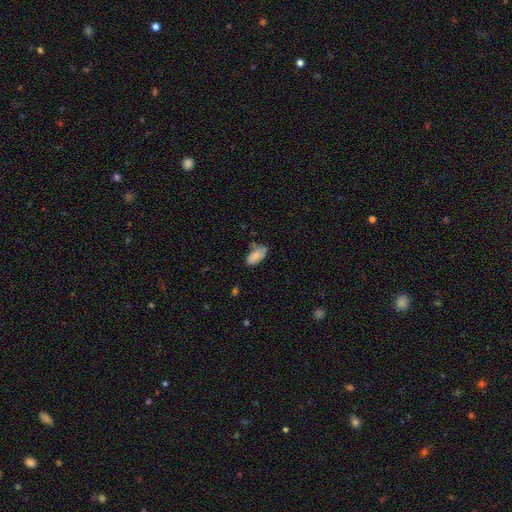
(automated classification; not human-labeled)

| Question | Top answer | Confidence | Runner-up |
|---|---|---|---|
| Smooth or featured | smooth | 79% | featured or disk (13%) |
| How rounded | in between | 92% | cigar-shaped (4%) |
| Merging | none | 52% | minor disturbance (32%) |